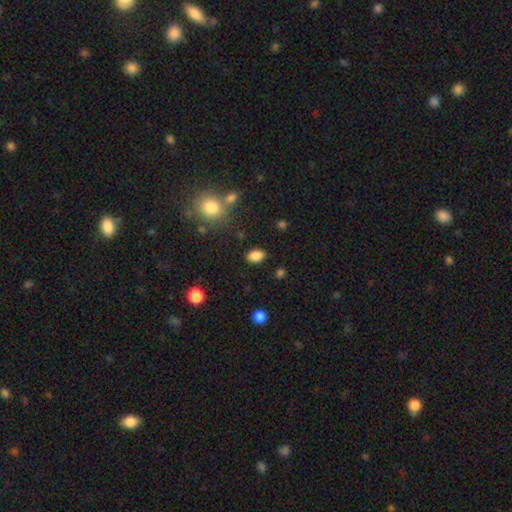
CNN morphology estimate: Smooth or featured? Predicted: smooth (p=0.86). How rounded? Predicted: in between (p=0.81). Merging? Predicted: none (p=0.84).